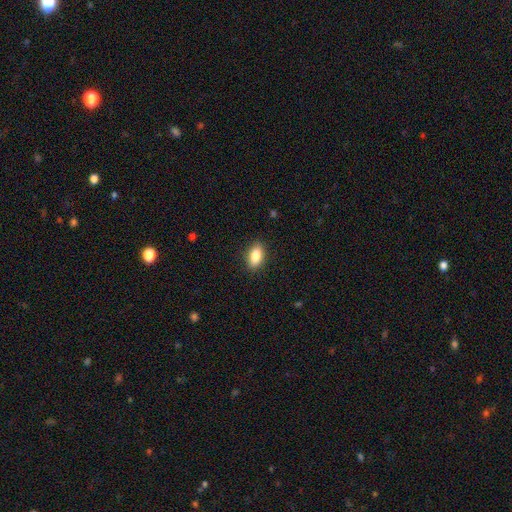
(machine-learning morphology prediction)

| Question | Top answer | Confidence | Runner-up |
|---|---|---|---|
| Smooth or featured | smooth | 83% | featured or disk (10%) |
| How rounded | in between | 87% | cigar-shaped (7%) |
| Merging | none | 89% | minor disturbance (8%) |